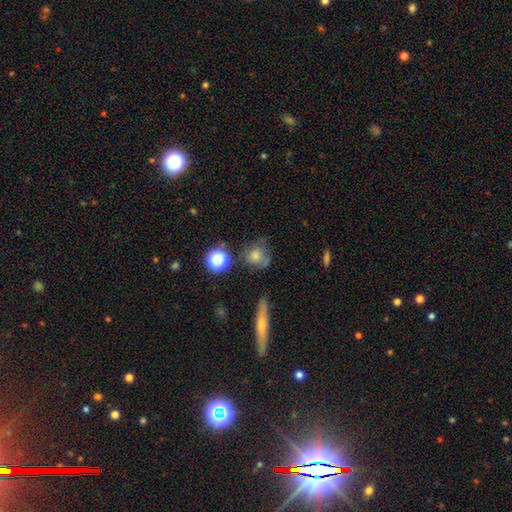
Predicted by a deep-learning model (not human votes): The model was most divided on "merging": none: 57%, minor disturbance: 23%, major disturbance: 12%, merger: 8%. More confident: how rounded — round (80%); smooth or featured — smooth (71%).